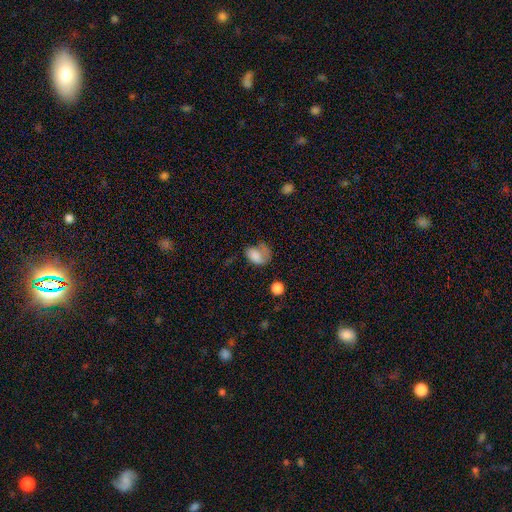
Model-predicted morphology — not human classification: A smooth galaxy with no disk features (72%) that is in between round and cigar-shaped (79%).

Vote fractions:
- Smooth or featured? smooth: 72% / featured or disk: 18% / star or artifact: 9%
- How rounded? in between: 79% / round: 20% / cigar-shaped: 1%
- Merging? major disturbance: 40% / none: 28% / minor disturbance: 26% / merger: 5%